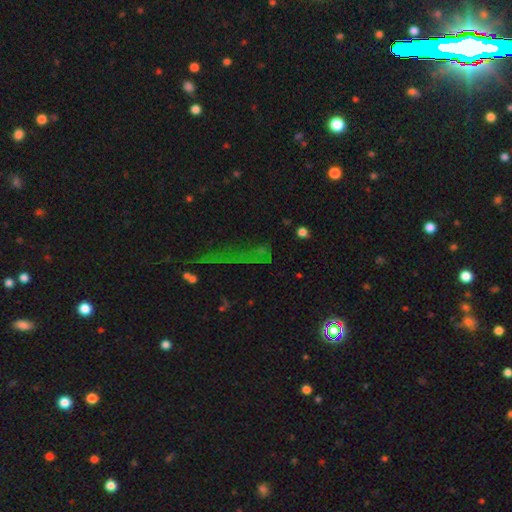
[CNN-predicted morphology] type=star or artifact (65%).